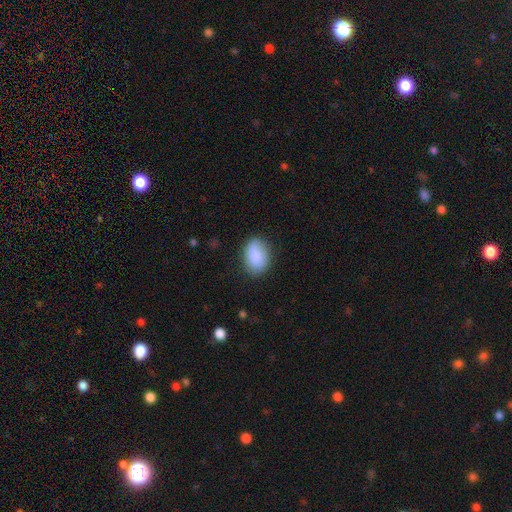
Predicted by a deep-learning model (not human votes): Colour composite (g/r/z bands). It shows a smooth galaxy with no disk features (87%) that is in between round and cigar-shaped (78%). Merging: none (80%).